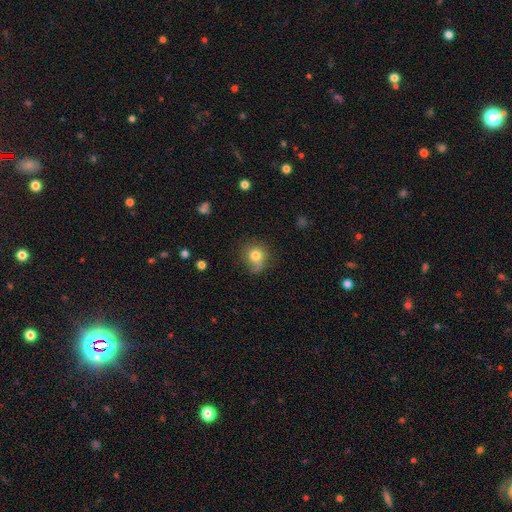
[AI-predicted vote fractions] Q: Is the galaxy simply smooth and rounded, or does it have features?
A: smooth — 78%.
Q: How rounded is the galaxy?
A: round — 80%.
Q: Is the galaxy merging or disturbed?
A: none — 62%.